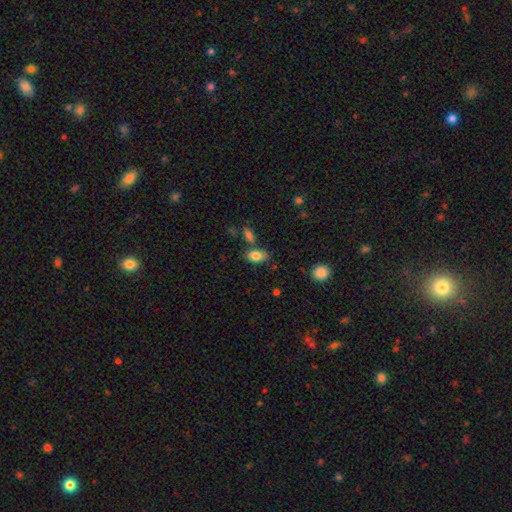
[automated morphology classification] The model was most divided on "merging": none: 68%, minor disturbance: 15%, merger: 13%, major disturbance: 4%. More confident: how rounded — in between (90%); smooth or featured — smooth (83%).